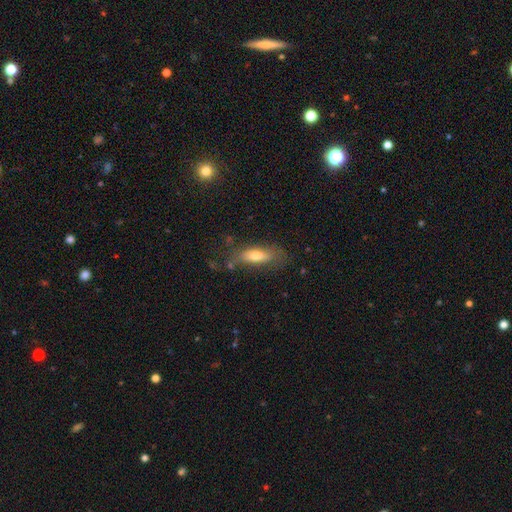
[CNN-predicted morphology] Smooth or featured: smooth — 63% (featured or disk — 28%)
How rounded: in between — 58% (cigar-shaped — 39%)
Merging: none — 62% (minor disturbance — 24%)